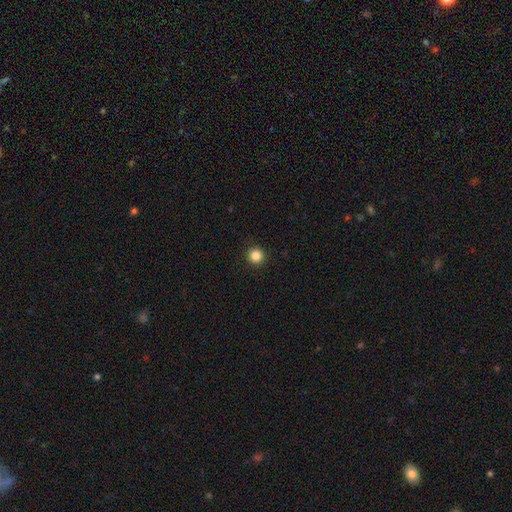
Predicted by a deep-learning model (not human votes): The model was most divided on "smooth or featured": smooth: 85%, star or artifact: 12%, featured or disk: 3%. More confident: how rounded — round (95%); merging — none (93%).